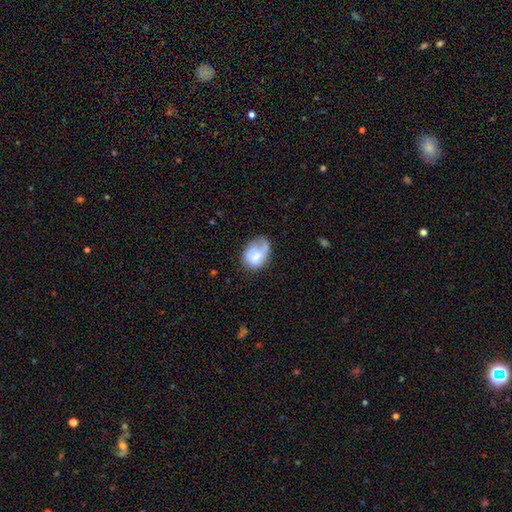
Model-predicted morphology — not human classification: smooth-or-featured: smooth: 58% | featured or disk: 34% | star or artifact: 8%
  how-rounded: in between: 70% | round: 29% | cigar-shaped: 1%
  merging: none: 39% | minor disturbance: 33% | major disturbance: 23% | merger: 5%